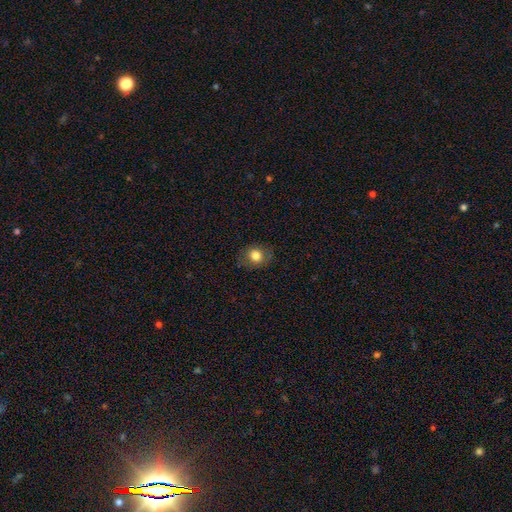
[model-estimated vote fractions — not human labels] Smooth or featured? smooth (80%)
How rounded? round (71%)
Merging? none (83%)